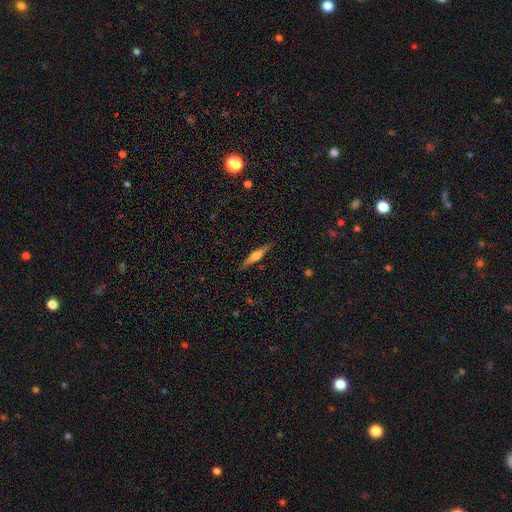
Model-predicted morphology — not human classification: smooth_or_featured: featured or disk (p=0.62) [alt: smooth p=0.32]
disk_edge_on: yes (p=0.97) [alt: no p=0.03]
edge_on_bulge: rounded (p=0.83) [alt: boxy p=0.12]
merging: none (p=0.89) [alt: minor disturbance p=0.08]